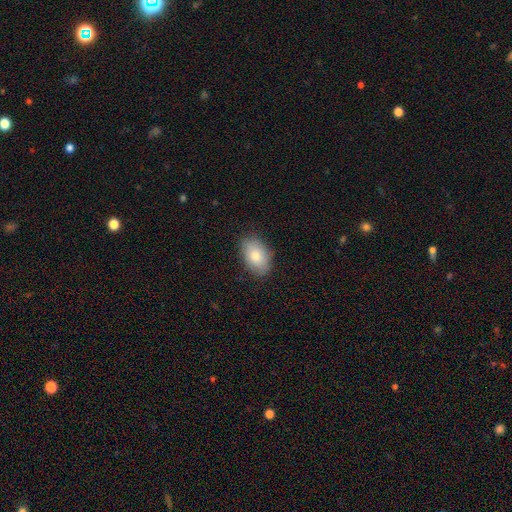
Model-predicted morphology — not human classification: Overall: smooth (80%). How rounded: in between (90%). Merging: none (83%).